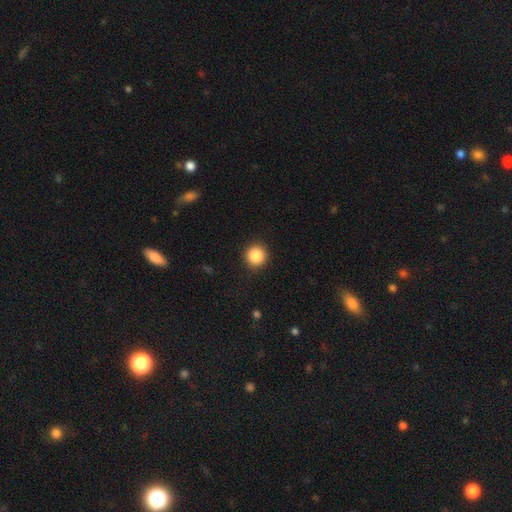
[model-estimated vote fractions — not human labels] A smooth galaxy with no disk features (87%) that is round (94%). Merging: none (92%).